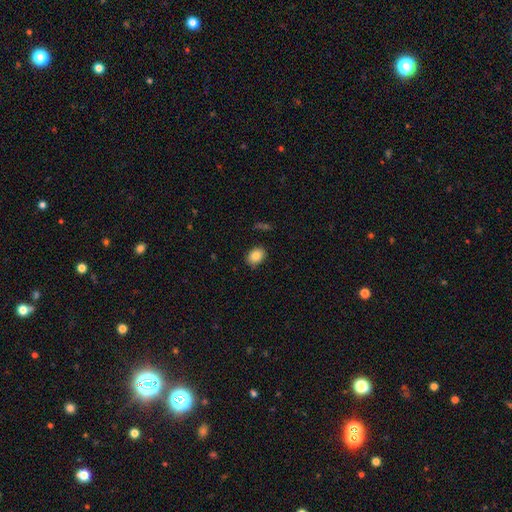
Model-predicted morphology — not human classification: smooth-or-featured: smooth: 85% | star or artifact: 9% | featured or disk: 7%
  how-rounded: in between: 67% | round: 32% | cigar-shaped: 1%
  merging: none: 85% | minor disturbance: 11% | major disturbance: 2% | merger: 1%